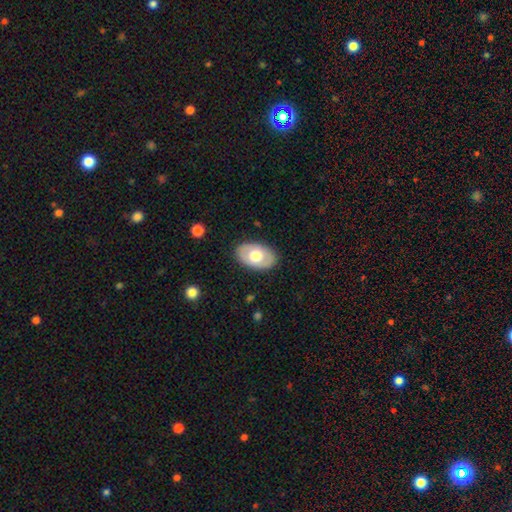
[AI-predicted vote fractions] This is possibly a smooth galaxy (58%). How rounded: clearly in between (89%). Merging: clearly none (85%).